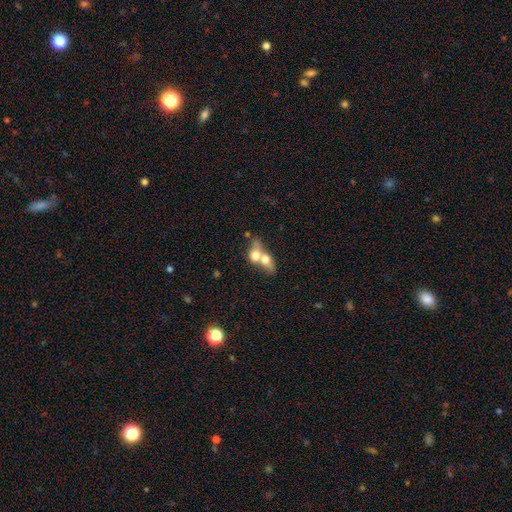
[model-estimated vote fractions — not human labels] smooth 64%, featured or disk 28%, star or artifact 8%. Down the decision tree: how rounded — in between (54%); merging — merger (77%).